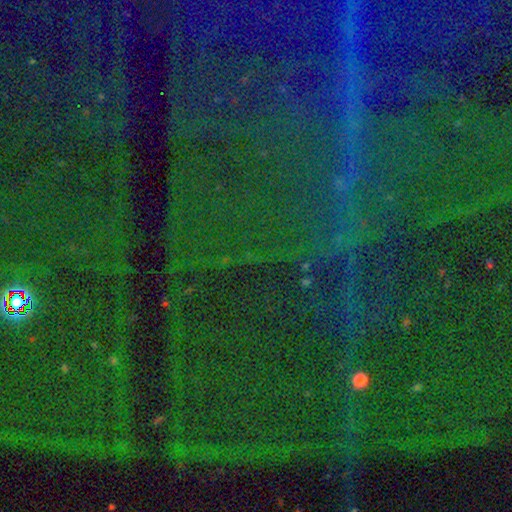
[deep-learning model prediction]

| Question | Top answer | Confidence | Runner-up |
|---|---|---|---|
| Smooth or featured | star or artifact | 84% | smooth (9%) |